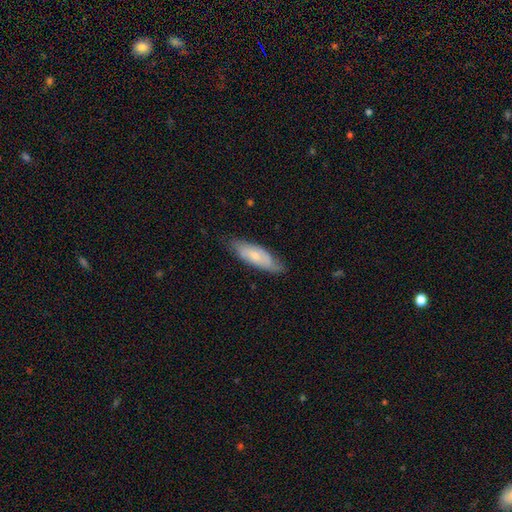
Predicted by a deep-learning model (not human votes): Smooth or featured?
  - smooth: 50% *
  - featured or disk: 44%
  - star or artifact: 6%
How rounded?
  - in between: 59% *
  - cigar-shaped: 39%
  - round: 2%
Merging?
  - none: 74% *
  - minor disturbance: 21%
  - major disturbance: 4%
  - merger: 1%